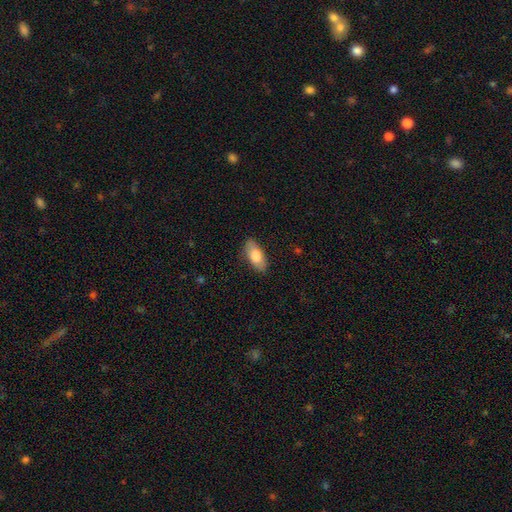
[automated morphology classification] Q: Smooth or featured?
A: smooth (80%); runner-up: featured or disk (14%)
Q: How rounded?
A: in between (87%); runner-up: cigar-shaped (11%)
Q: Merging?
A: none (85%); runner-up: minor disturbance (11%)